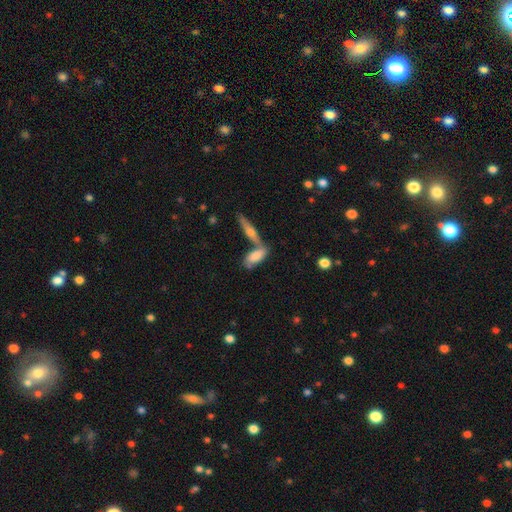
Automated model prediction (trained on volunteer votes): This appears to be a smooth galaxy with no disk features (68%) that is in between round and cigar-shaped (71%). Merging: none (42%, tied with merger).